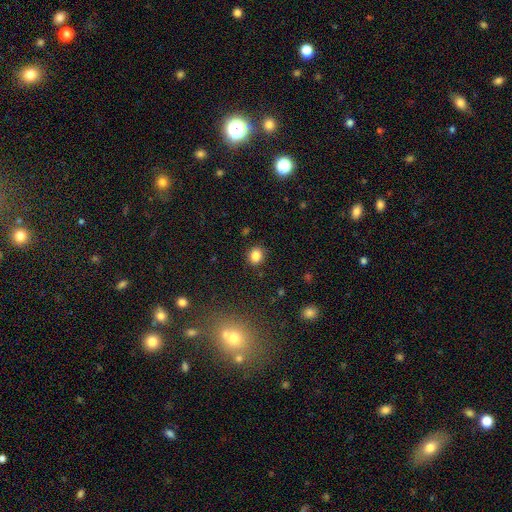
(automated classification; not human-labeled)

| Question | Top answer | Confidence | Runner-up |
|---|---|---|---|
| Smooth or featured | smooth | 83% | star or artifact (12%) |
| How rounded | round | 72% | in between (27%) |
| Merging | none | 88% | minor disturbance (8%) |